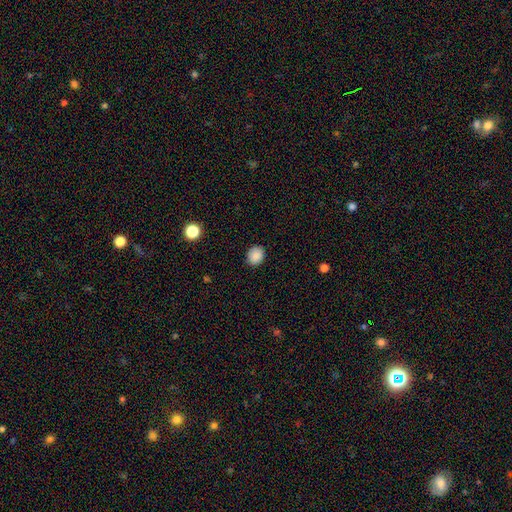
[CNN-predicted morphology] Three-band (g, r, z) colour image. It shows a smooth galaxy with no disk features (87%) that is round (65%). Merging: none (89%).